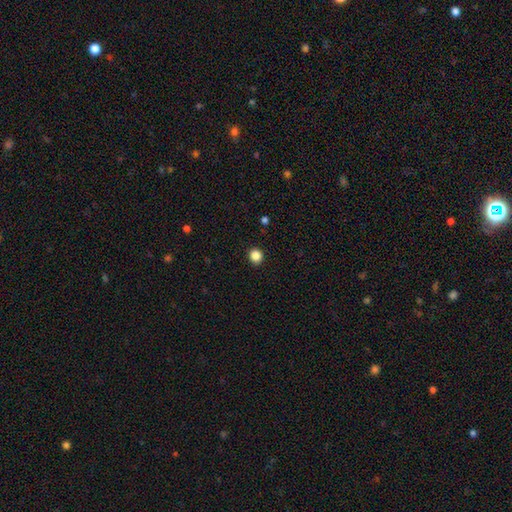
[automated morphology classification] smooth-or-featured: smooth: 86% | star or artifact: 11% | featured or disk: 3%
  how-rounded: round: 89% | in between: 10% | cigar-shaped: 1%
  merging: none: 93% | minor disturbance: 5% | major disturbance: 2% | merger: 1%